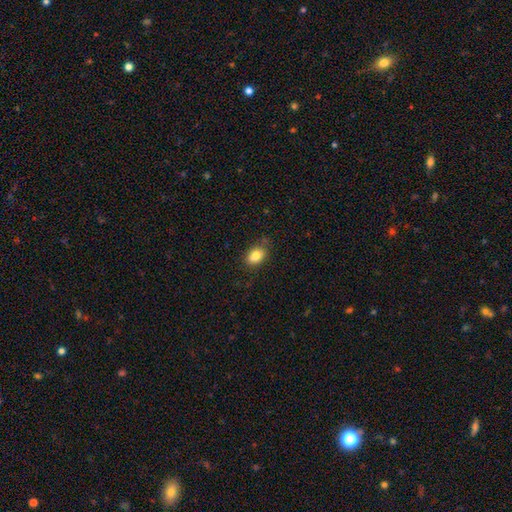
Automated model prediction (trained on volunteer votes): A smooth galaxy with no disk features (82%) that is in between round and cigar-shaped (80%).

Vote fractions:
- Smooth or featured? smooth: 82% / star or artifact: 9% / featured or disk: 9%
- How rounded? in between: 80% / round: 19% / cigar-shaped: 2%
- Merging? none: 72% / minor disturbance: 21% / major disturbance: 4% / merger: 3%